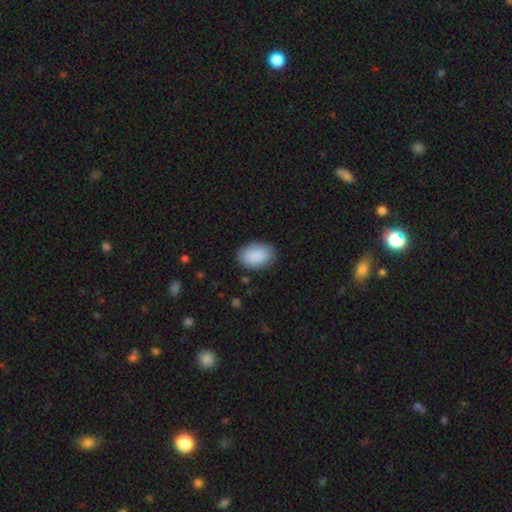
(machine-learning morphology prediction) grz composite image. It shows a smooth galaxy with no disk features (90%) that is in between round and cigar-shaped (84%). Merging: none (82%).